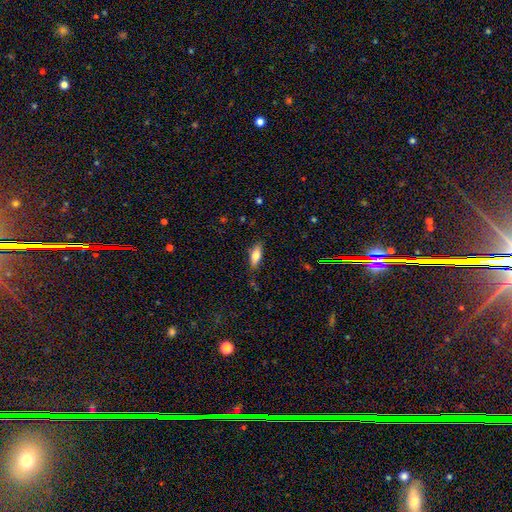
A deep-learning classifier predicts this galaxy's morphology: smooth_or_featured: smooth (p=0.75) [alt: featured or disk p=0.18]
how_rounded: in between (p=0.71) [alt: cigar-shaped p=0.27]
merging: none (p=0.77) [alt: minor disturbance p=0.17]